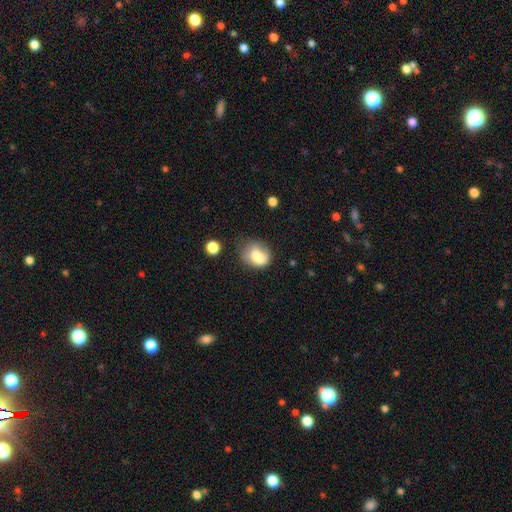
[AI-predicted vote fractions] Smooth or featured? Predicted: smooth (p=0.73). How rounded? Predicted: in between (p=0.55). Merging? Predicted: none (p=0.42).